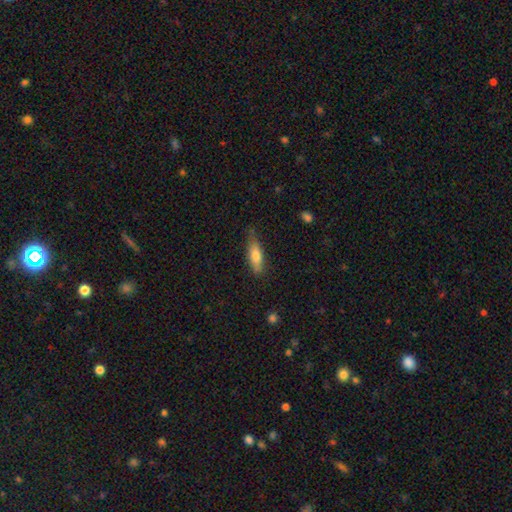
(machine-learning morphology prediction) smooth 72%, featured or disk 21%, star or artifact 6%. Down the decision tree: how rounded — cigar-shaped (52%); merging — none (69%).